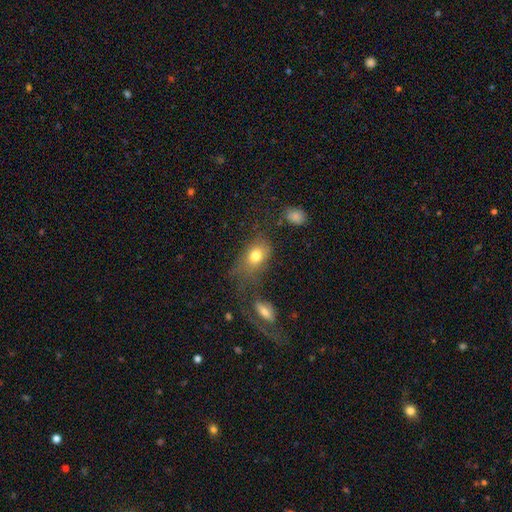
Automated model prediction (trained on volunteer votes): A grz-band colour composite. It shows a smooth galaxy with no disk features (75%) that is in between round and cigar-shaped (74%). Merging: none (45%).